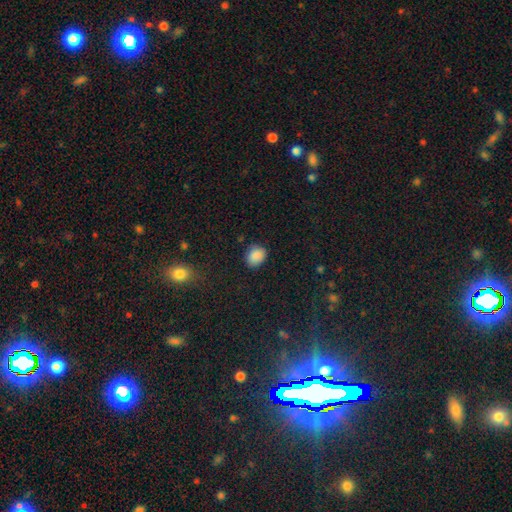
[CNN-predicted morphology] Smooth or featured: smooth — 87% (star or artifact — 9%)
How rounded: round — 55% (in between — 44%)
Merging: none — 79% (minor disturbance — 16%)